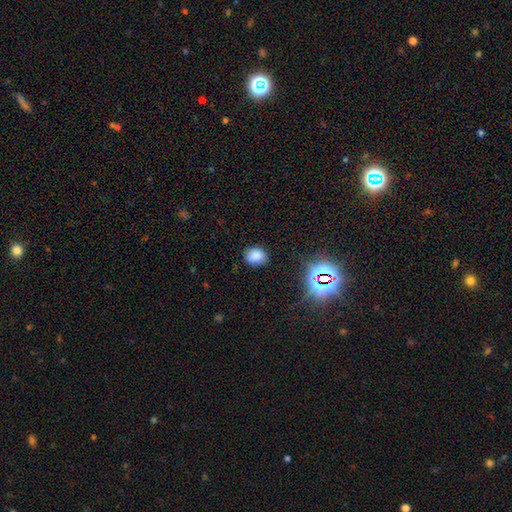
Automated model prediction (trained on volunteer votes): A smooth galaxy with no disk features (80%) that is in between round and cigar-shaped (53%). Merging: none (82%).